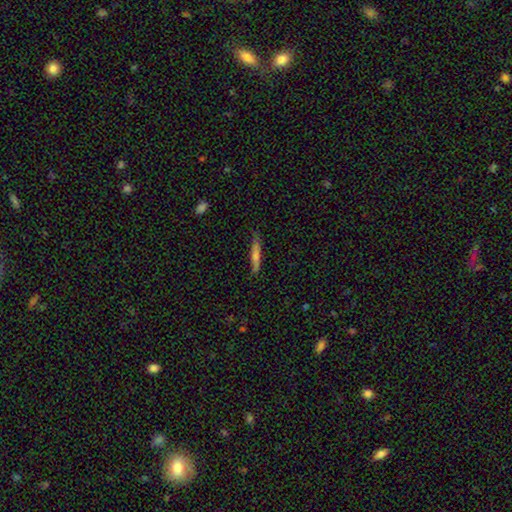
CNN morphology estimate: Smooth or featured? featured or disk (51%)
Edge-on disk? yes (95%)
Merging? none (86%)